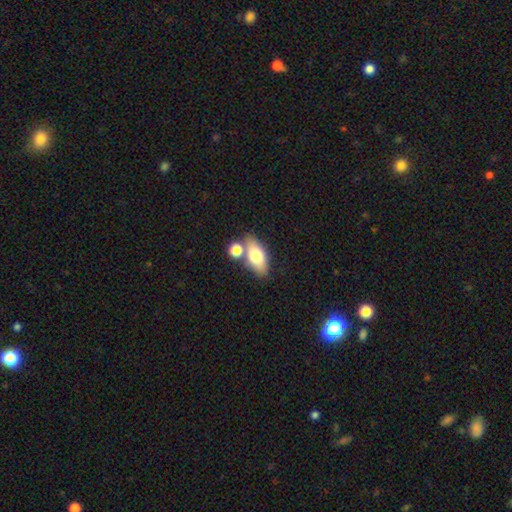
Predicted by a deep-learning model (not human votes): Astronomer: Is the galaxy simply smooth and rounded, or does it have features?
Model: smooth — 69%.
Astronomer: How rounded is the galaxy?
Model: in between — 82%.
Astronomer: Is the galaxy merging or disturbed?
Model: none — 63%.